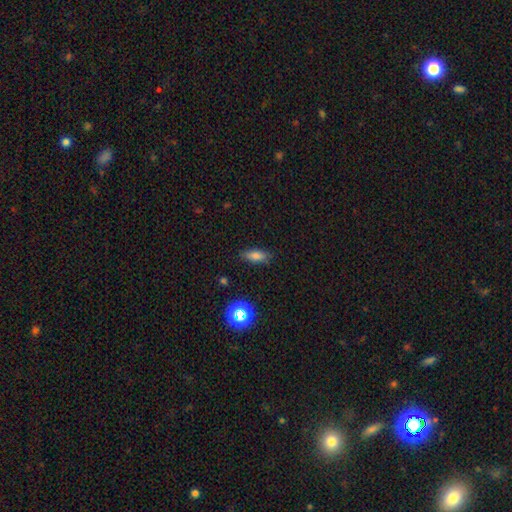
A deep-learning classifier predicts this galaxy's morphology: Overall: smooth (75%). How rounded: in between (66%; cigar-shaped 30%). Merging: none (85%).